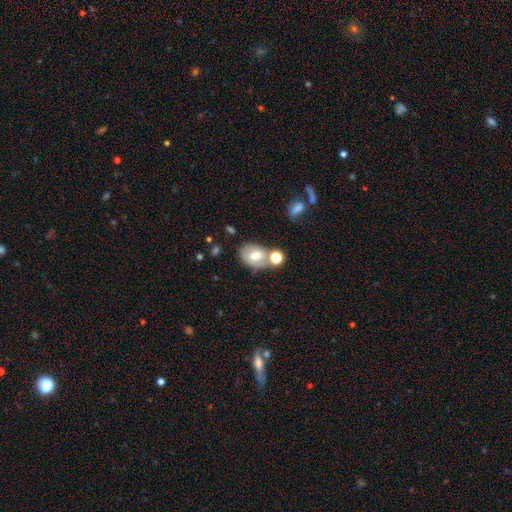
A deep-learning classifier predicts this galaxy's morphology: This appears to be a smooth galaxy with no disk features (65%) that is in between round and cigar-shaped (72%). Merging: none (51%).